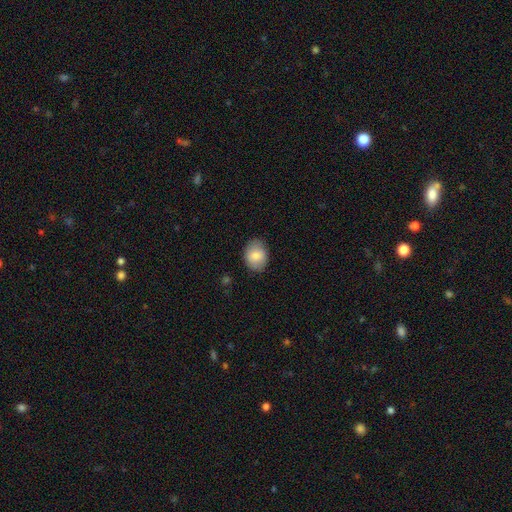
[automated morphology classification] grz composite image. It shows a smooth galaxy with no disk features (81%) that is in between round and cigar-shaped (61%). Merging: none (83%).